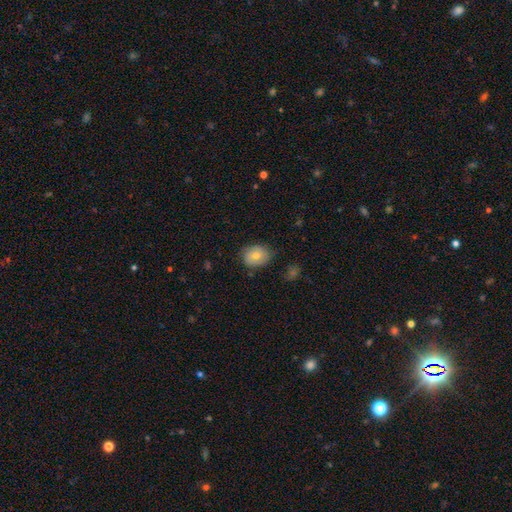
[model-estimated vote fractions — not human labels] Morphology: type=smooth (70%); roundness=round (50%); merging=none (73%).